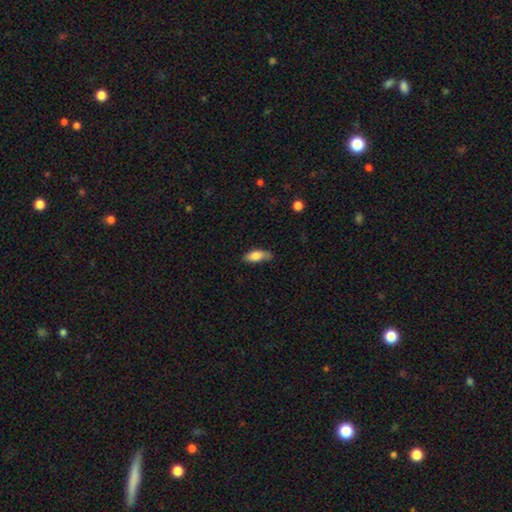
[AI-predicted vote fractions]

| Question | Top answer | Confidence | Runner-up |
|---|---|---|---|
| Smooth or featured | smooth | 81% | featured or disk (12%) |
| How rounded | in between | 80% | cigar-shaped (18%) |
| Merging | none | 60% | minor disturbance (31%) |